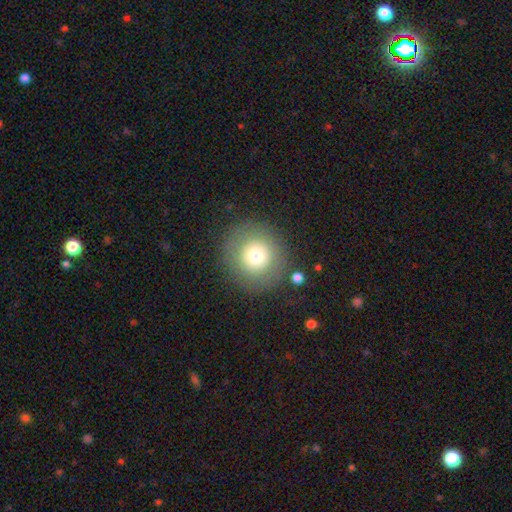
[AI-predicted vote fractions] A smooth galaxy with no disk features (73%) that is round (93%).

Vote fractions:
- Smooth or featured? smooth: 73% / featured or disk: 16% / star or artifact: 12%
- How rounded? round: 93% / in between: 6% / cigar-shaped: 1%
- Merging? none: 84% / minor disturbance: 9% / major disturbance: 5% / merger: 3%